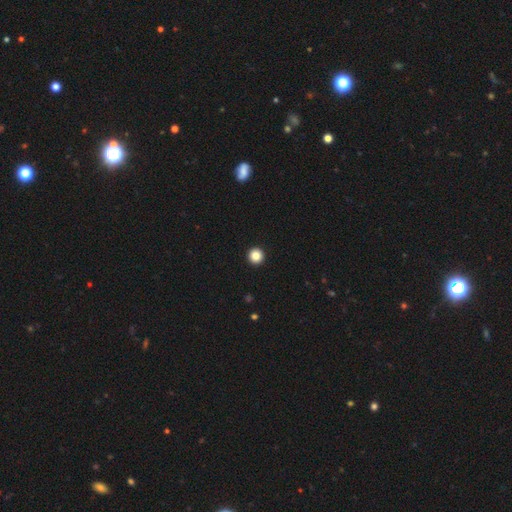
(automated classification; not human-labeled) This is clearly a smooth galaxy (85%). How rounded: clearly round (97%). Merging: clearly none (95%).